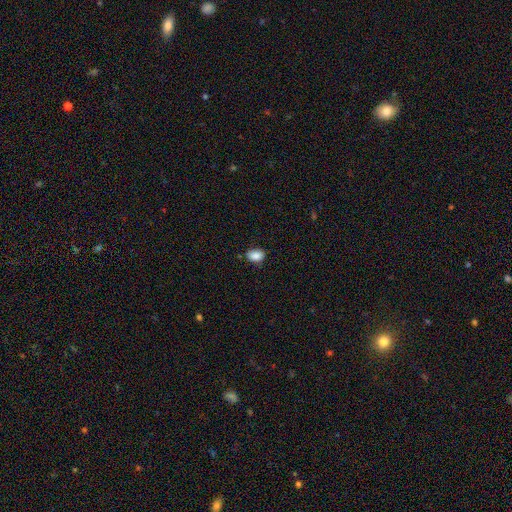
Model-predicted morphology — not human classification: Smooth or featured? Predicted: smooth (p=0.88). How rounded? Predicted: in between (p=0.82). Merging? Predicted: none (p=0.75).